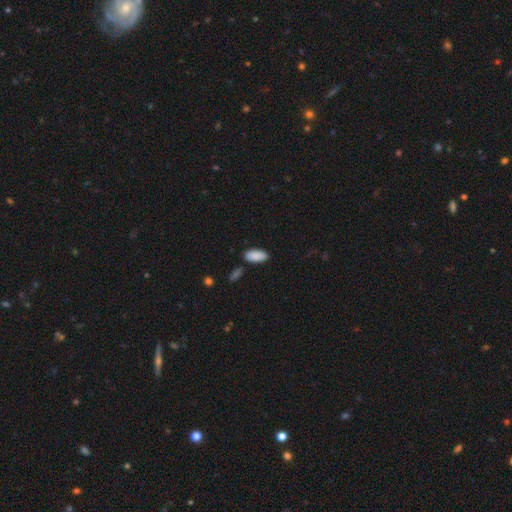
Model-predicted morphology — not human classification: Smooth or featured? smooth (89%)
How rounded? in between (91%)
Merging? none (82%)